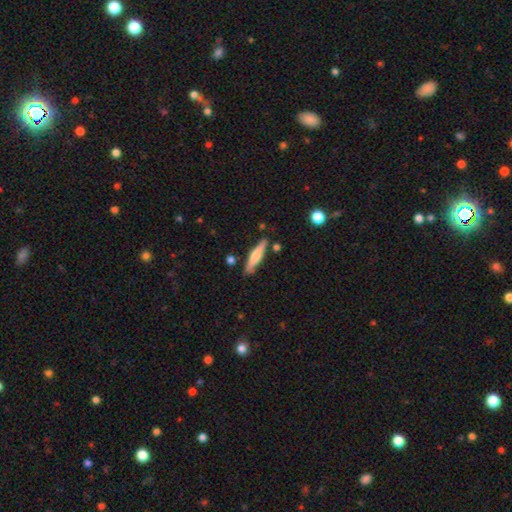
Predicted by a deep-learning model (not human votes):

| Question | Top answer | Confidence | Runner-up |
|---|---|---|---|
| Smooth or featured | smooth | 56% | featured or disk (38%) |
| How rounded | cigar-shaped | 86% | in between (13%) |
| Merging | none | 82% | minor disturbance (12%) |